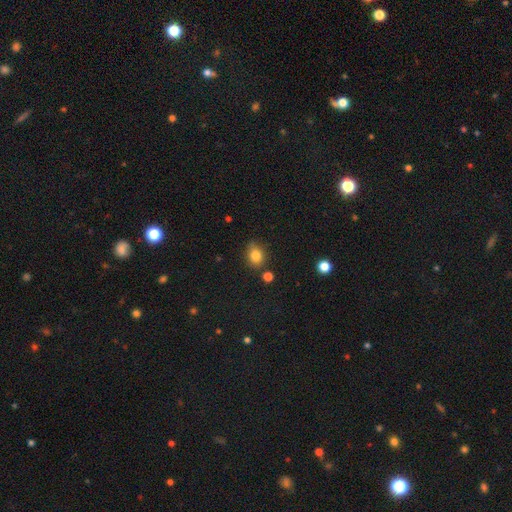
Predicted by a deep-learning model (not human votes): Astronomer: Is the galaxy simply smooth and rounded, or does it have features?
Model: smooth — 82%.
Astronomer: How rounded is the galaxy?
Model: in between — 50% (runner-up: round, 49%).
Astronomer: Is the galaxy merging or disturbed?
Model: none — 72%.